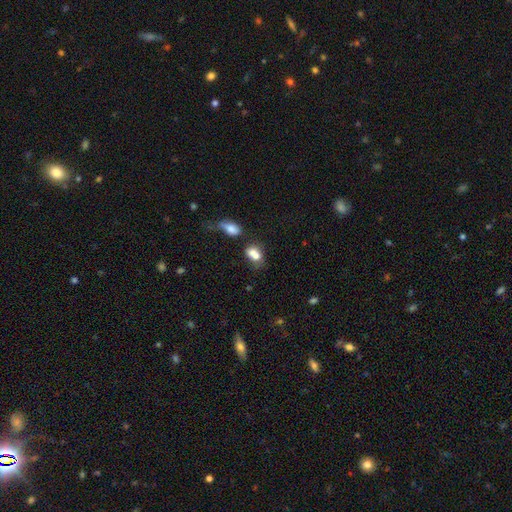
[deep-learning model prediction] Smooth or featured? smooth (74%)
How rounded? in between (68%)
Merging? merger (55%)